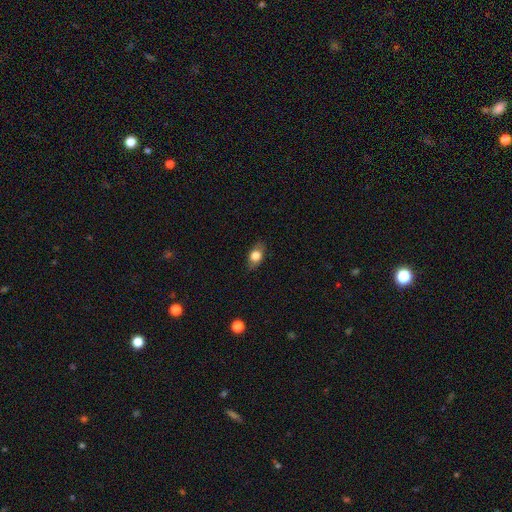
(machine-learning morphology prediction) Q: Smooth or featured?
A: smooth (72%); runner-up: featured or disk (20%)
Q: How rounded?
A: in between (79%); runner-up: round (16%)
Q: Merging?
A: none (82%); runner-up: minor disturbance (14%)